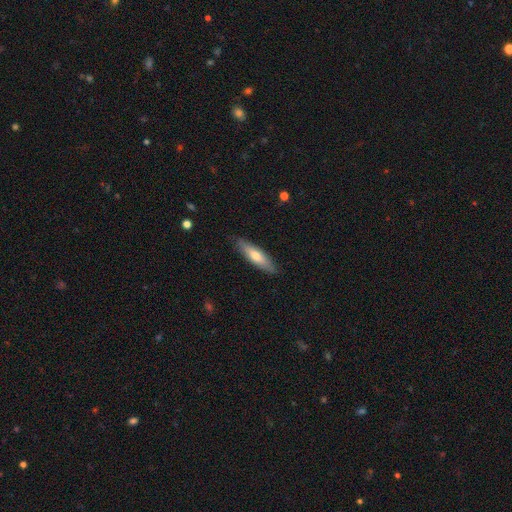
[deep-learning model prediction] Smooth or featured: smooth — 62% (featured or disk — 32%)
How rounded: cigar-shaped — 64% (in between — 34%)
Merging: none — 86% (minor disturbance — 11%)